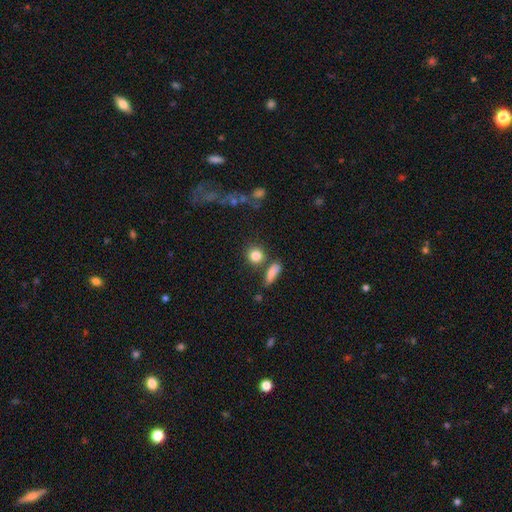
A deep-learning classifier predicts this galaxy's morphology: smooth_or_featured: smooth (p=0.82) [alt: star or artifact p=0.10]
how_rounded: round (p=0.79) [alt: in between p=0.17]
merging: none (p=0.73) [alt: merger p=0.13]